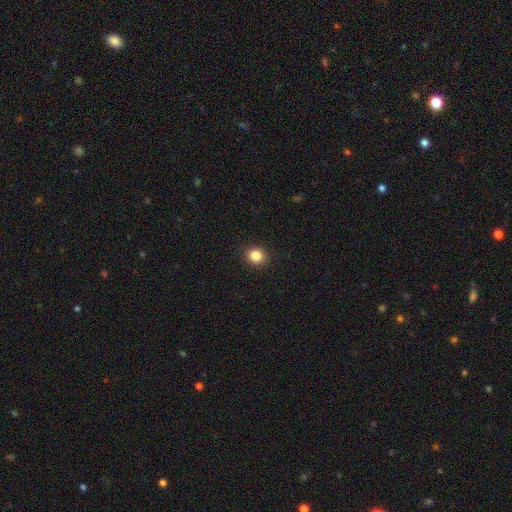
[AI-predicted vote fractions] Morphology: type=smooth (84%); roundness=round (83%); merging=none (92%).